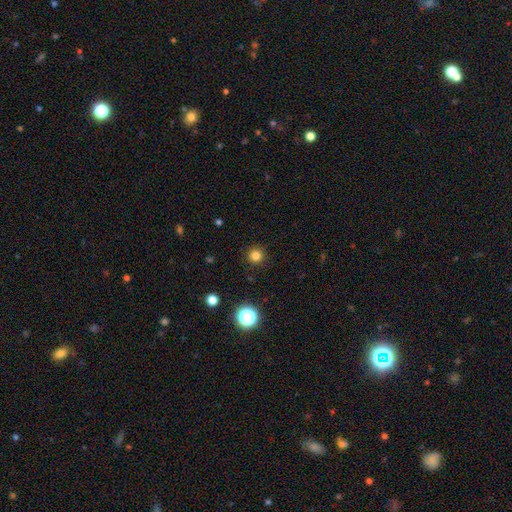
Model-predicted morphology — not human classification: The model was most divided on "smooth or featured": smooth: 81%, star or artifact: 15%, featured or disk: 4%. More confident: how rounded — round (96%); merging — none (91%).